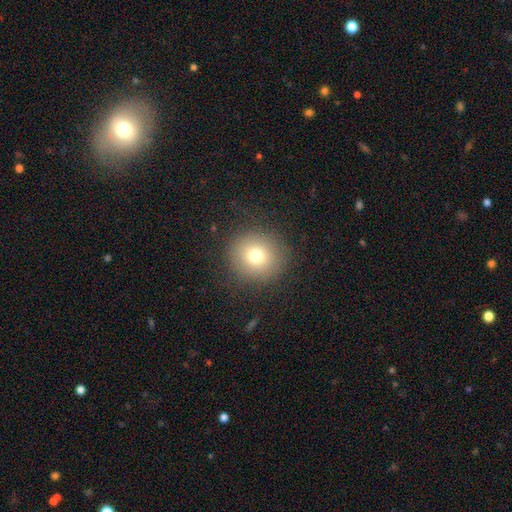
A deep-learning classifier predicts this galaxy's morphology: Overall: smooth (74%). How rounded: round (92%). Merging: none (86%).